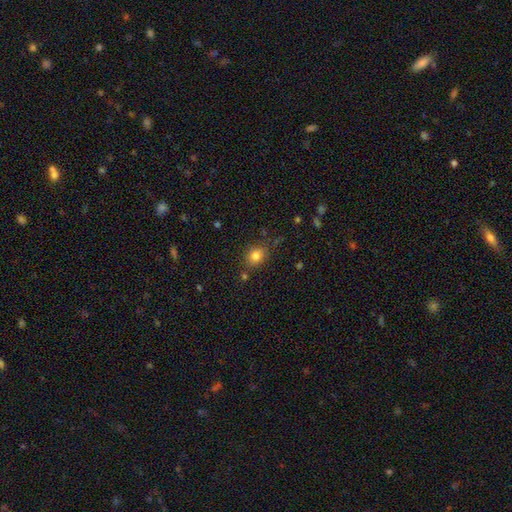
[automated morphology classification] smooth-or-featured: smooth: 80% | star or artifact: 12% | featured or disk: 7%
  how-rounded: round: 63% | in between: 36% | cigar-shaped: 1%
  merging: none: 78% | minor disturbance: 13% | merger: 5% | major disturbance: 4%